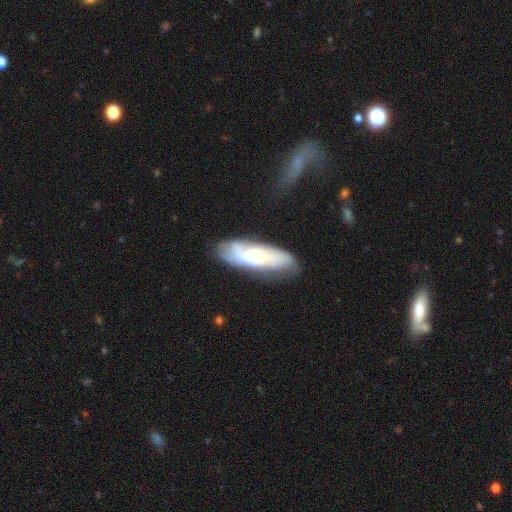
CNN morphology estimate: This is likely a featured or disk galaxy (62%). It is clearly not viewed edge-on (84%). Bar: likely no (69%). Spiral arm pattern: clearly yes (87%). Central bulge: possibly small (50%). Merging: likely none (68%).